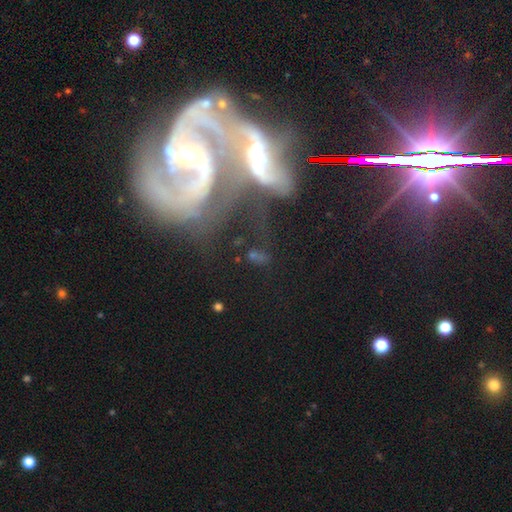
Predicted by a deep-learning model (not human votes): Smooth or featured? Predicted: featured or disk (p=0.58). Edge-on disk? Predicted: no (p=0.88). Bar? Predicted: no (p=0.41). Spiral arms? Predicted: yes (p=0.72). Bulge size? Predicted: small (p=0.42). Merging? Predicted: none (p=0.33).